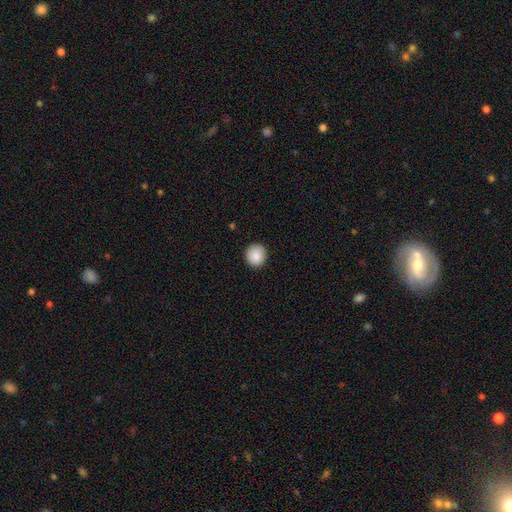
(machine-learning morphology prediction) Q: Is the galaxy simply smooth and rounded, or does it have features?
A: smooth — 88%.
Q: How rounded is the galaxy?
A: round — 91%.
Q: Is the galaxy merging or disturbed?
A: none — 91%.